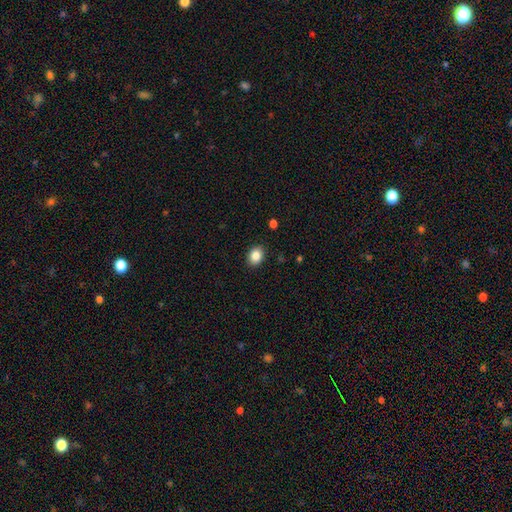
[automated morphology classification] Smooth or featured: smooth — 86% (star or artifact — 9%)
How rounded: in between — 54% (round — 45%)
Merging: none — 89% (minor disturbance — 7%)